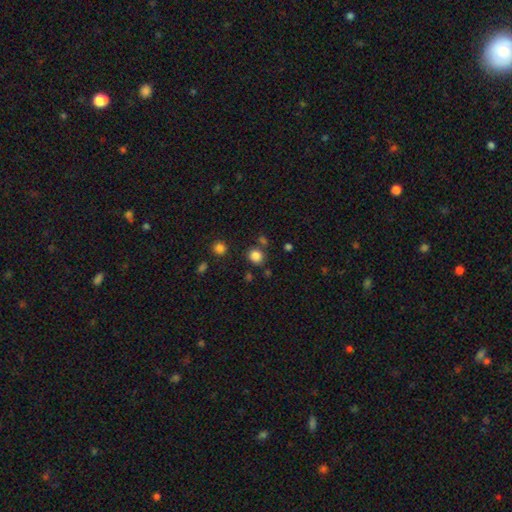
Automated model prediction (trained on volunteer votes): A smooth galaxy with no disk features (83%) that is round (74%). Merging: none (79%).